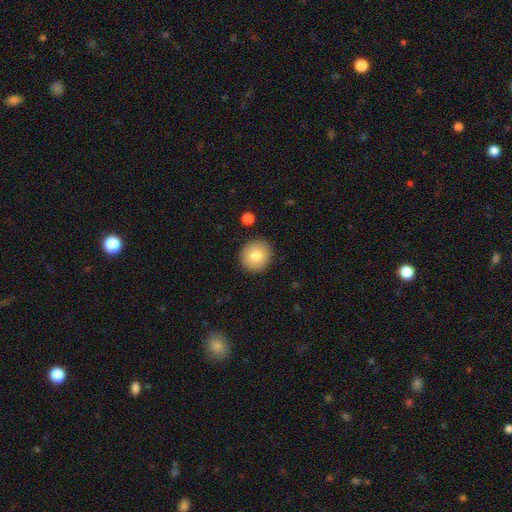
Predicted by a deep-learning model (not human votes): smooth-or-featured: smooth: 83% | featured or disk: 9% | star or artifact: 8%
  how-rounded: round: 89% | in between: 10% | cigar-shaped: 1%
  merging: none: 90% | minor disturbance: 7% | major disturbance: 2% | merger: 2%